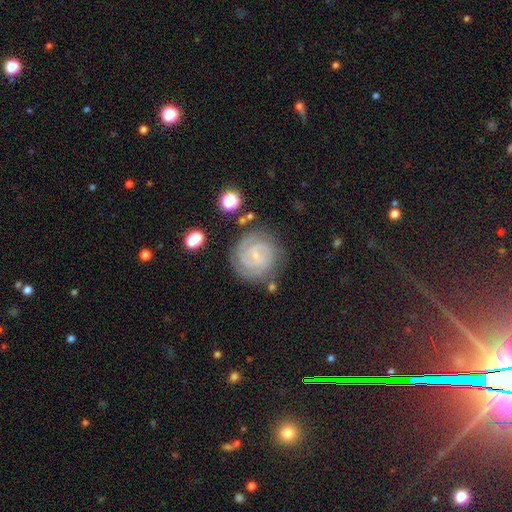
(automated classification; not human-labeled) Smooth or featured: featured or disk — 86% (smooth — 7%)
Edge-on disk: no — 98% (yes — 2%)
Bar: no — 54% (weak — 37%)
Spiral arms: yes — 98% (no — 2%)
Spiral winding: tight — 76% (medium — 21%)
Spiral arm count: 2 — 39% (3 — 29%)
Bulge size: small — 81% (moderate — 10%)
Merging: none — 78% (minor disturbance — 15%)